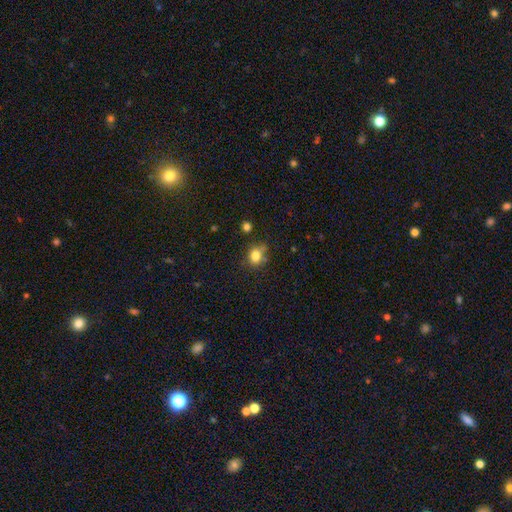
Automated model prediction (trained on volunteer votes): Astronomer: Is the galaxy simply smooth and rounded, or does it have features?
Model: smooth — 82%.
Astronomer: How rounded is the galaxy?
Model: round — 60% (runner-up: in between, 39%).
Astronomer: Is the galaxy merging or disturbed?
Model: none — 67%.